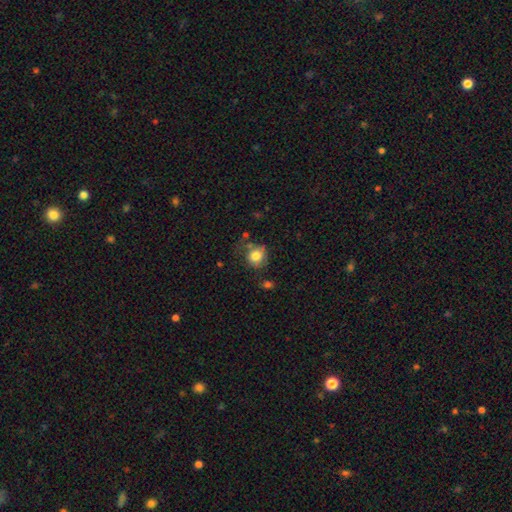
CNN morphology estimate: The model was most divided on "merging": none: 53%, minor disturbance: 26%, major disturbance: 14%, merger: 7%. More confident: smooth or featured — smooth (78%); how rounded — round (72%).